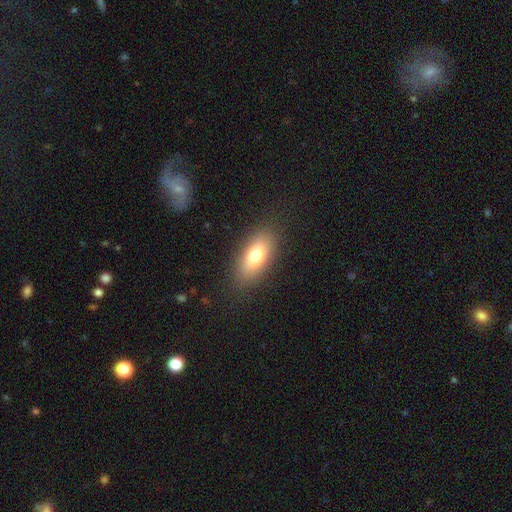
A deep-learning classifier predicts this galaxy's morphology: A smooth galaxy with no disk features (75%) that is in between round and cigar-shaped (84%). Merging: none (86%).